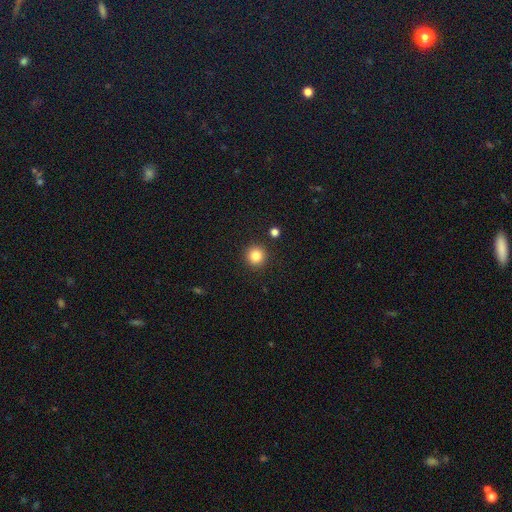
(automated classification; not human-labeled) smooth_or_featured: smooth (p=0.84) [alt: star or artifact p=0.11]
how_rounded: round (p=0.94) [alt: in between p=0.05]
merging: none (p=0.91) [alt: minor disturbance p=0.05]